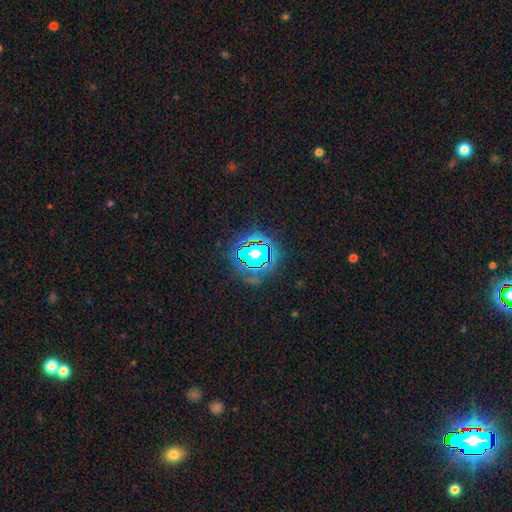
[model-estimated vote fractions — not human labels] The model was most divided on "smooth or featured": star or artifact: 77%, smooth: 14%, featured or disk: 9%.